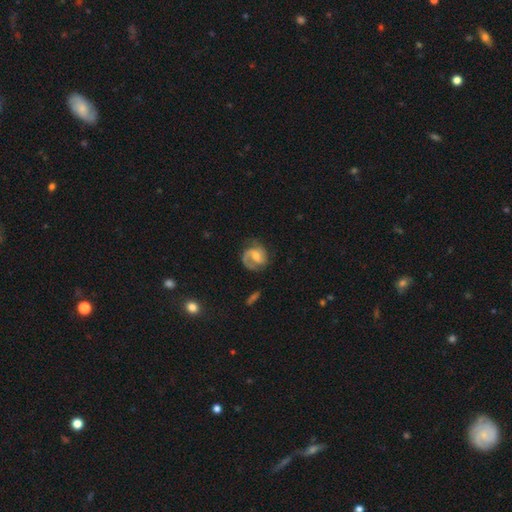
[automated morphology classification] This is clearly a featured or disk galaxy (80%). It is clearly not viewed edge-on (98%). Bar: possibly weak (50%). Spiral arm pattern: clearly yes (95%). Spiral arm count: possibly 2 (56%). Spiral winding: possibly medium (48%). Central bulge: possibly moderate (50%). Merging: likely none (64%).